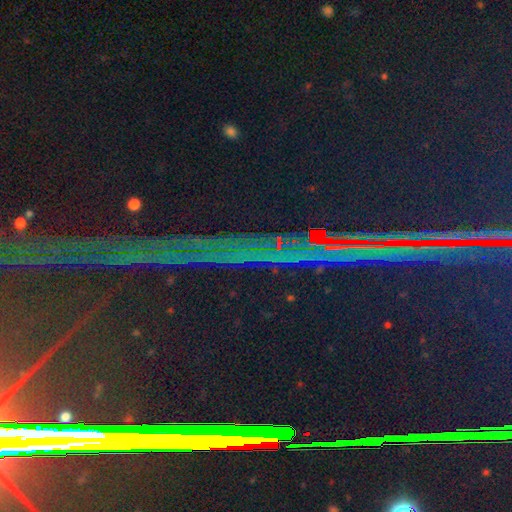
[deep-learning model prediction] Q: Smooth or featured?
A: star or artifact (84%); runner-up: smooth (8%)